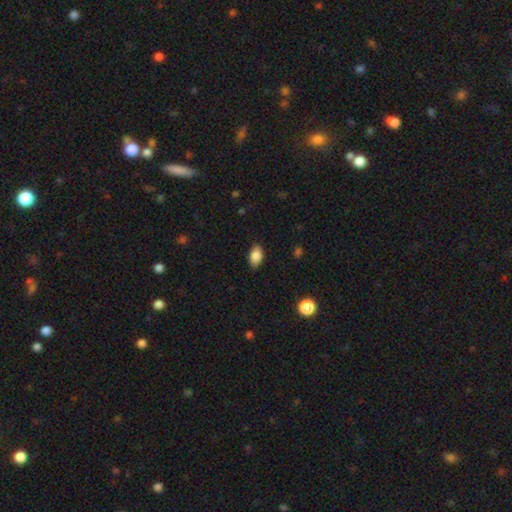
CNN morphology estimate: smooth-or-featured: smooth: 85% | star or artifact: 8% | featured or disk: 7%
  how-rounded: in between: 90% | round: 7% | cigar-shaped: 3%
  merging: none: 85% | minor disturbance: 11% | major disturbance: 2% | merger: 1%